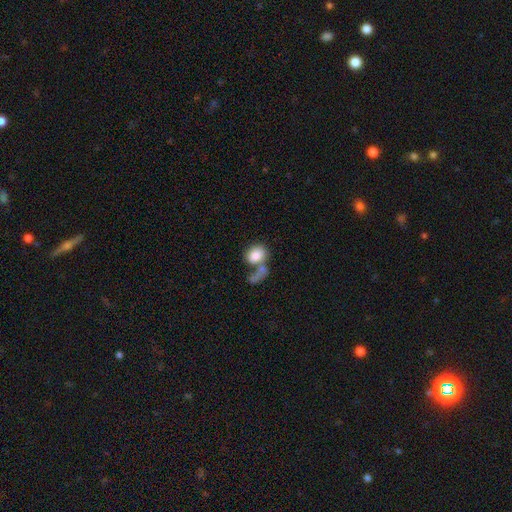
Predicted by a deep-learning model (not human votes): smooth_or_featured: smooth (p=0.77) [alt: featured or disk p=0.15]
how_rounded: in between (p=0.53) [alt: round p=0.45]
merging: merger (p=0.41) [alt: none p=0.32]